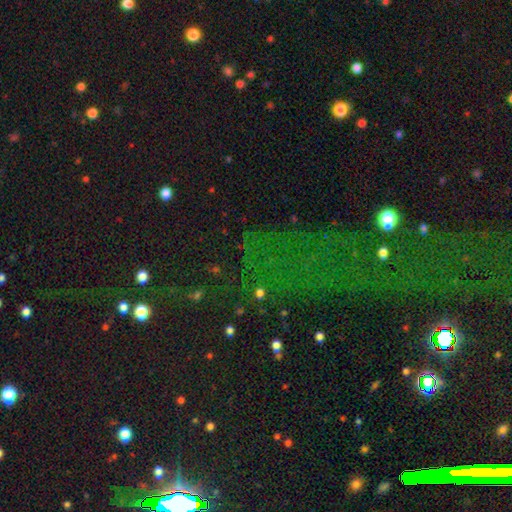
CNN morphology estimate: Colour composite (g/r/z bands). It shows a star or artifact, not a galaxy (76%).